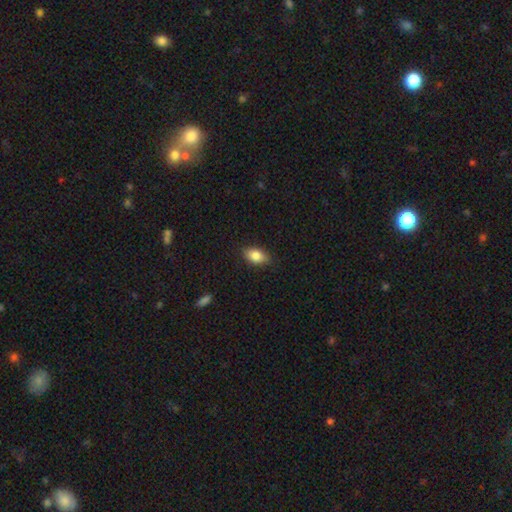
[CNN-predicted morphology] This appears to be a smooth galaxy with no disk features (83%) that is in between round and cigar-shaped (87%). Merging: none (85%).